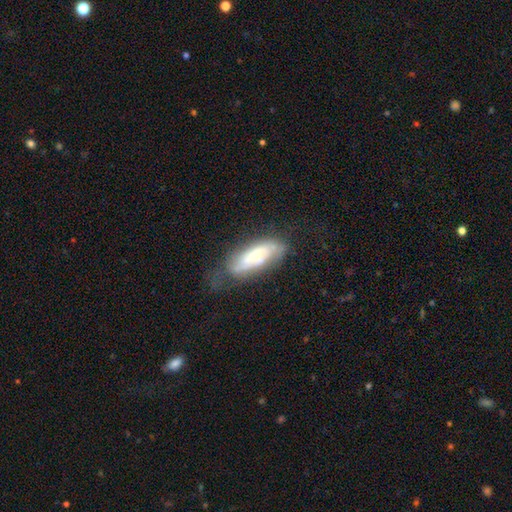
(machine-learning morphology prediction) type=featured or disk (54%); edge-on=no (74%); merging=none (61%).